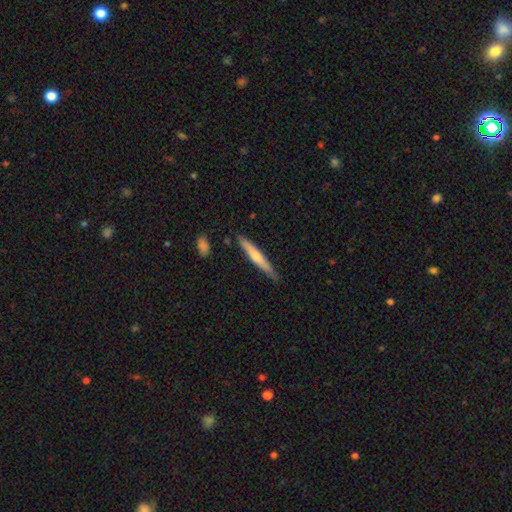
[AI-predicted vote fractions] smooth-or-featured: smooth: 53% | featured or disk: 42% | star or artifact: 5%
  how-rounded: cigar-shaped: 94% | in between: 5% | round: 1%
  merging: none: 83% | minor disturbance: 13% | merger: 2% | major disturbance: 2%